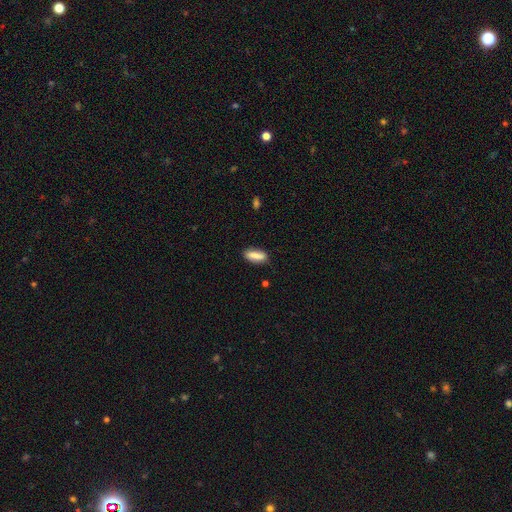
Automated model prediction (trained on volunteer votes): smooth 85%, featured or disk 8%, star or artifact 7%. Down the decision tree: how rounded — in between (67%); merging — none (83%).